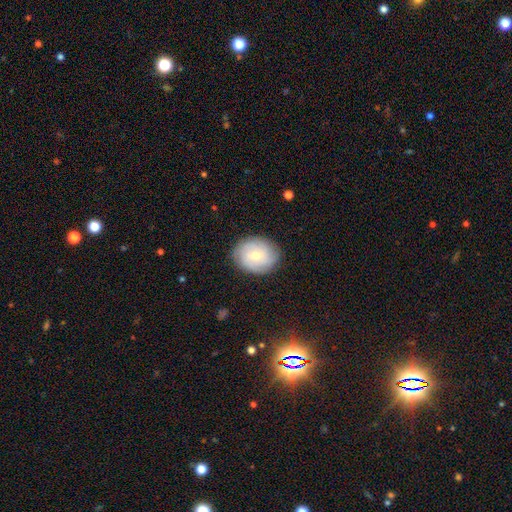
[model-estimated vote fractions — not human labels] This is possibly a featured or disk galaxy (51%). It is clearly not viewed edge-on (96%). Merging: clearly none (84%).